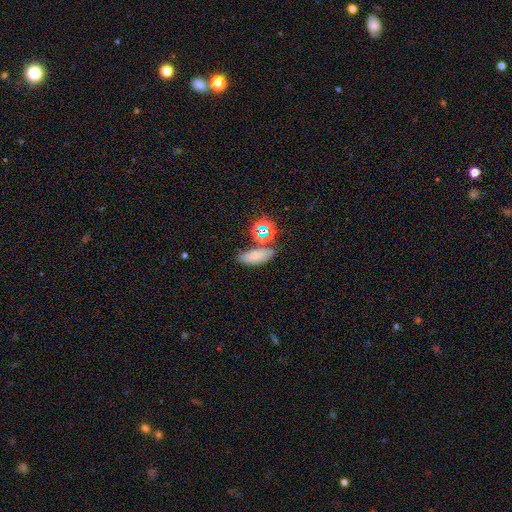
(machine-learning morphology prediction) A smooth galaxy with no disk features (69%) that is in between round and cigar-shaped (76%).

Vote fractions:
- Smooth or featured? smooth: 69% / star or artifact: 19% / featured or disk: 12%
- How rounded? in between: 76% / cigar-shaped: 15% / round: 10%
- Merging? none: 67% / minor disturbance: 15% / merger: 13% / major disturbance: 5%